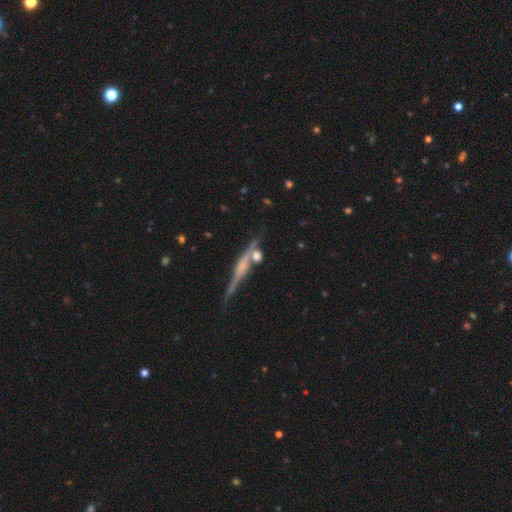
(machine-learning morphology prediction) type=featured or disk (60%); edge-on=yes (90%); edge-on bulge=rounded (49%); merging=none (66%).